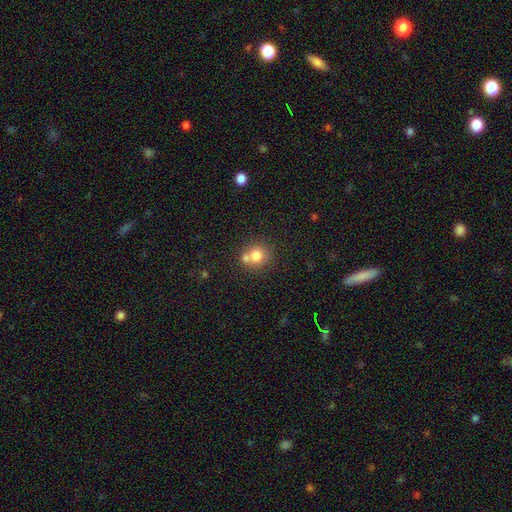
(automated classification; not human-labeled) Smooth or featured?
  - smooth: 76% *
  - featured or disk: 13%
  - star or artifact: 11%
How rounded?
  - round: 83% *
  - in between: 16%
  - cigar-shaped: 1%
Merging?
  - none: 47% *
  - merger: 42%
  - minor disturbance: 9%
  - major disturbance: 3%